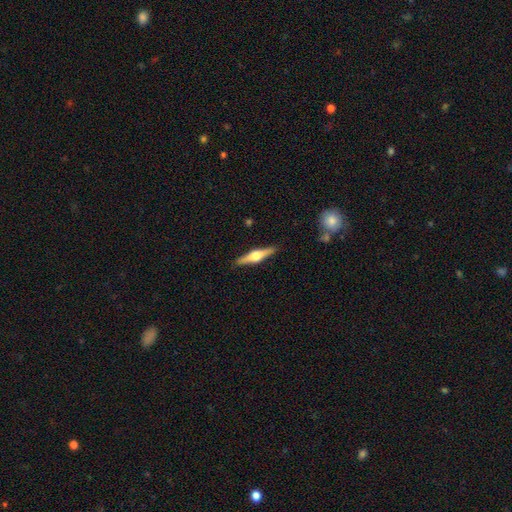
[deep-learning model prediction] Smooth or featured? Predicted: featured or disk (p=0.70). Edge-on disk? Predicted: yes (p=0.97). Edge-on bulge? Predicted: rounded (p=0.94). Merging? Predicted: none (p=0.90).